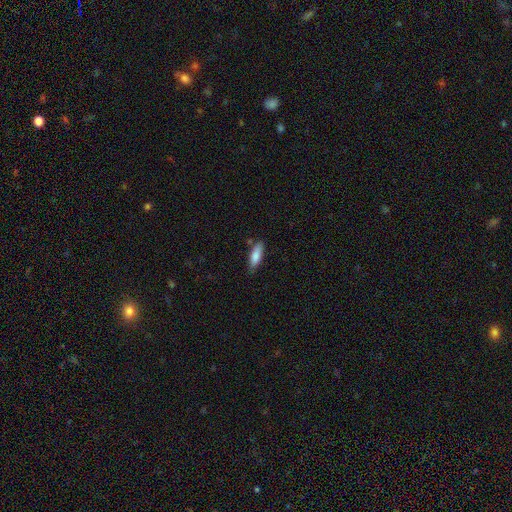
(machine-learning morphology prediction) smooth-or-featured: smooth: 82% | featured or disk: 12% | star or artifact: 6%
  how-rounded: cigar-shaped: 50% | in between: 48% | round: 2%
  merging: none: 76% | minor disturbance: 18% | merger: 4% | major disturbance: 3%